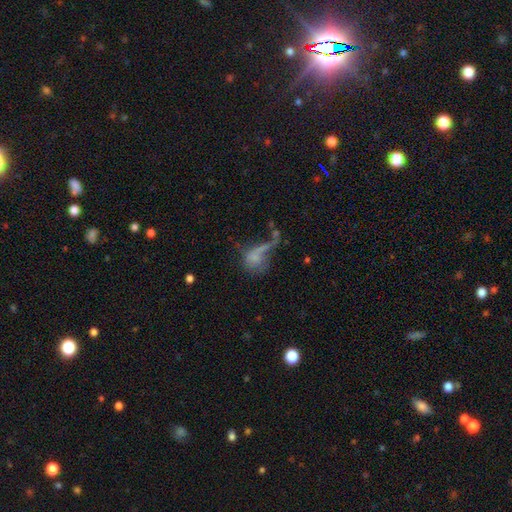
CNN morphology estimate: Smooth or featured: smooth — 57% (featured or disk — 28%)
How rounded: in between — 55% (round — 38%)
Merging: major disturbance — 44% (none — 21%)